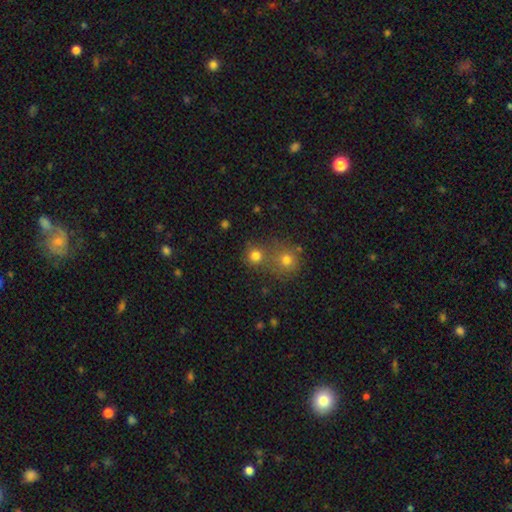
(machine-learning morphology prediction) smooth-or-featured: smooth: 78% | star or artifact: 15% | featured or disk: 8%
  how-rounded: round: 88% | in between: 11% | cigar-shaped: 1%
  merging: none: 55% | merger: 35% | minor disturbance: 7% | major disturbance: 4%